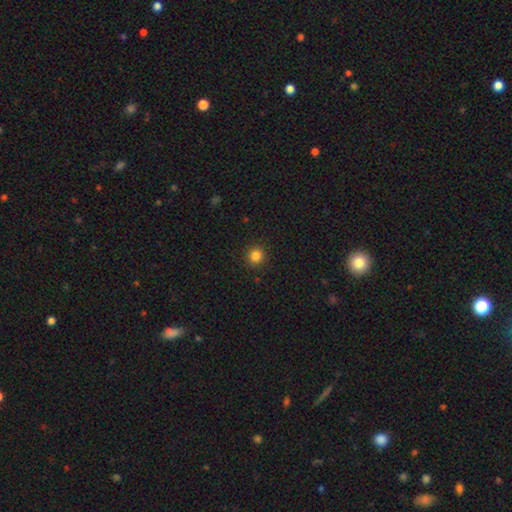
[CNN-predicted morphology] Smooth or featured?
  - smooth: 84% *
  - star or artifact: 12%
  - featured or disk: 4%
How rounded?
  - round: 93% *
  - in between: 7%
  - cigar-shaped: 1%
Merging?
  - none: 91% *
  - minor disturbance: 6%
  - major disturbance: 2%
  - merger: 1%